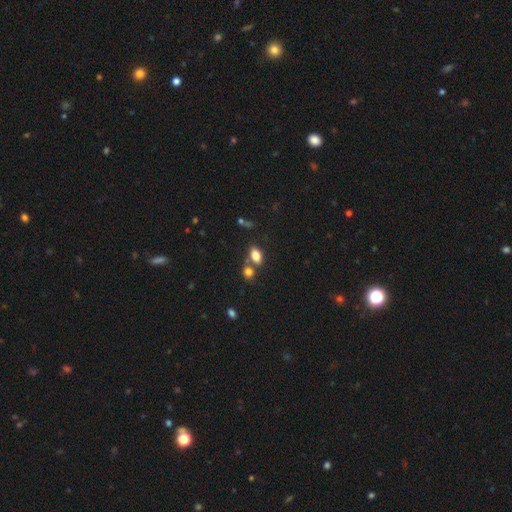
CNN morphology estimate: smooth-or-featured: smooth: 81% | star or artifact: 10% | featured or disk: 9%
  how-rounded: in between: 84% | round: 14% | cigar-shaped: 3%
  merging: none: 56% | merger: 29% | minor disturbance: 11% | major disturbance: 4%